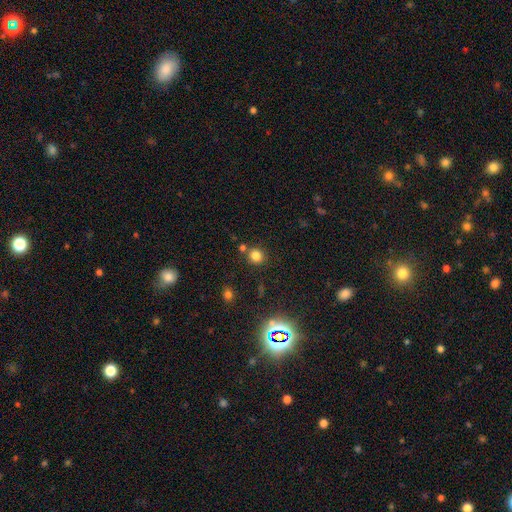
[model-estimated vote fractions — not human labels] Smooth or featured: smooth — 77% (star or artifact — 17%)
How rounded: round — 86% (in between — 13%)
Merging: none — 76% (merger — 12%)